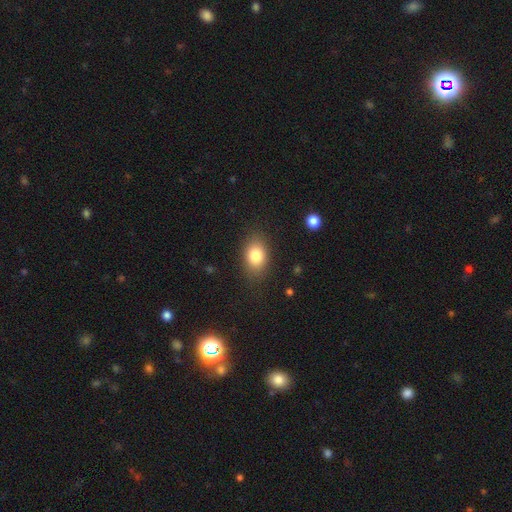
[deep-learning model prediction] Q: Smooth or featured?
A: smooth (83%); runner-up: star or artifact (9%)
Q: How rounded?
A: in between (79%); runner-up: round (20%)
Q: Merging?
A: none (82%); runner-up: minor disturbance (12%)